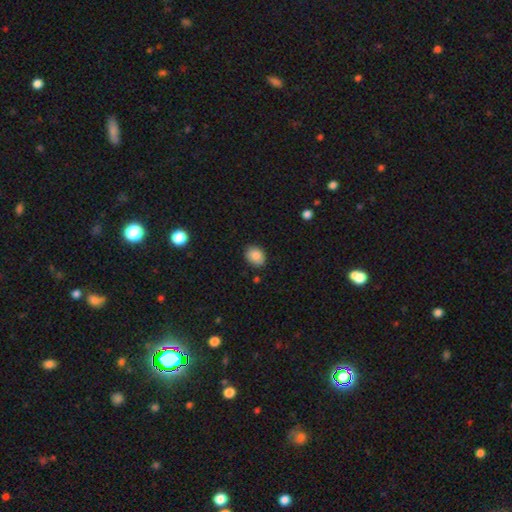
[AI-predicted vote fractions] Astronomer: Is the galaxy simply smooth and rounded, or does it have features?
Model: smooth — 87%.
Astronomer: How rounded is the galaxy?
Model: in between — 55% (runner-up: round, 44%).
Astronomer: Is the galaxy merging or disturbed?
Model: none — 84%.